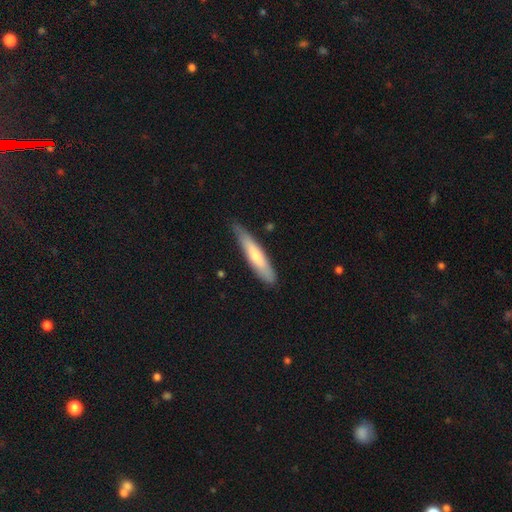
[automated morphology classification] Smooth or featured? Predicted: smooth (p=0.63). How rounded? Predicted: cigar-shaped (p=0.86). Merging? Predicted: none (p=0.76).